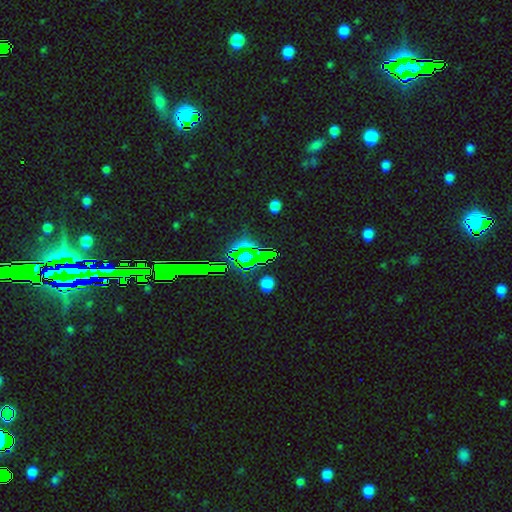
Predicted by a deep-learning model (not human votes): Smooth or featured?
  - star or artifact: 67% *
  - smooth: 22%
  - featured or disk: 11%